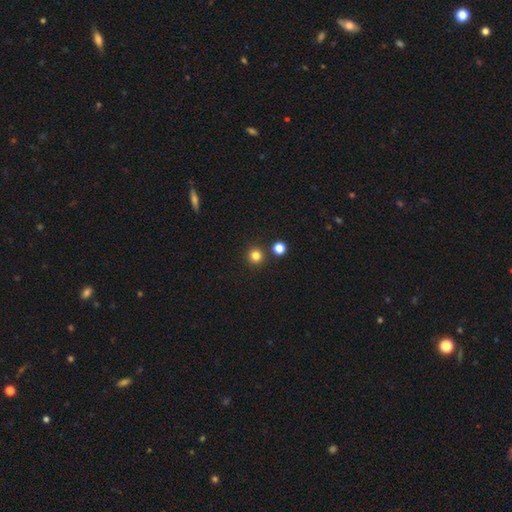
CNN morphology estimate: smooth 81%, star or artifact 15%, featured or disk 5%. Down the decision tree: how rounded — round (95%); merging — none (88%).